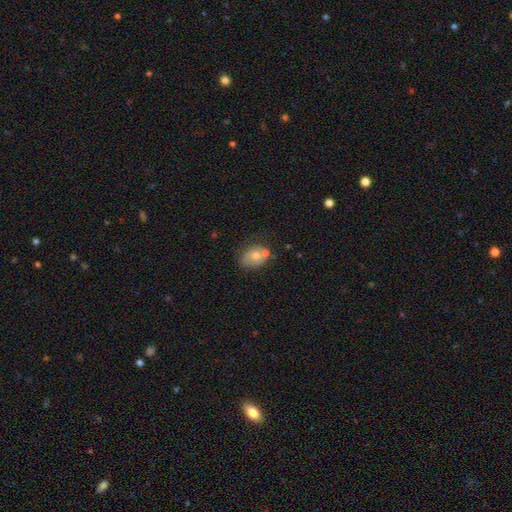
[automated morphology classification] A smooth galaxy with no disk features (60%) that is in between round and cigar-shaped (66%). Merging: none (44%).